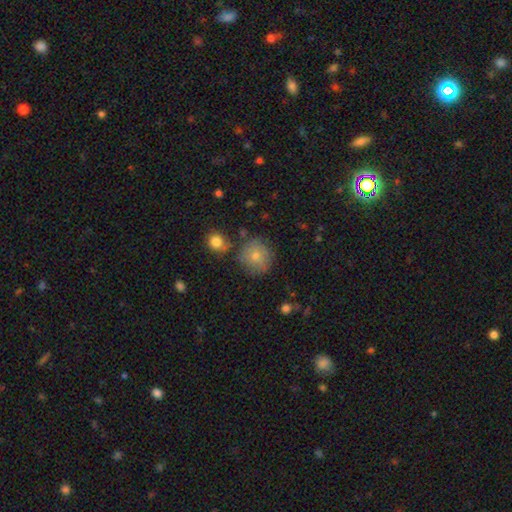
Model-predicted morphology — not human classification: This appears to be a smooth galaxy with no disk features (70%) that is round (92%). Merging: none (79%).